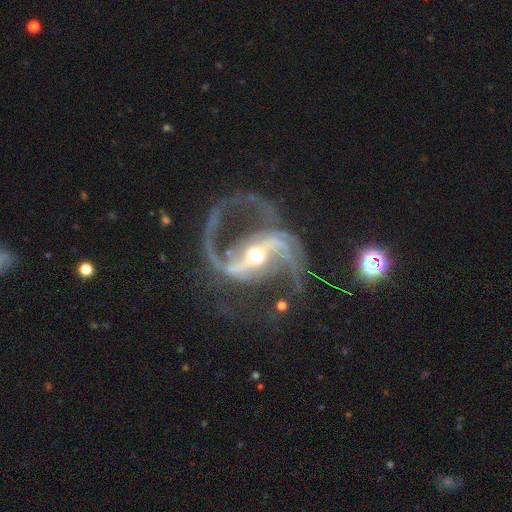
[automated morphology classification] Smooth or featured?
  - featured or disk: 93% *
  - star or artifact: 5%
  - smooth: 2%
Edge-on disk?
  - no: 97% *
  - yes: 3%
Bar?
  - strong: 70% *
  - weak: 21%
  - no: 10%
Spiral arms?
  - yes: 98% *
  - no: 2%
Spiral winding?
  - medium: 46% *
  - loose: 44%
  - tight: 10%
Spiral arm count?
  - 2: 91% *
  - 3: 2%
  - 1: 2%
  - can't tell: 2%
  - 4: 1%
  - more than 4: 1%
Bulge size?
  - moderate: 59% *
  - small: 34%
  - large: 5%
  - dominant: 1%
  - none: 1%
Merging?
  - none: 68% *
  - major disturbance: 14%
  - minor disturbance: 14%
  - merger: 4%